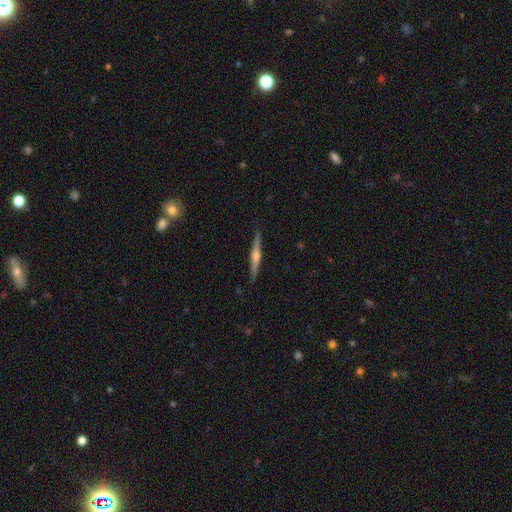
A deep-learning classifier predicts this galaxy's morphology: A featured or disk galaxy (72%) viewed edge-on (98%) with a rounded central bulge (84%). Merging: none (91%).